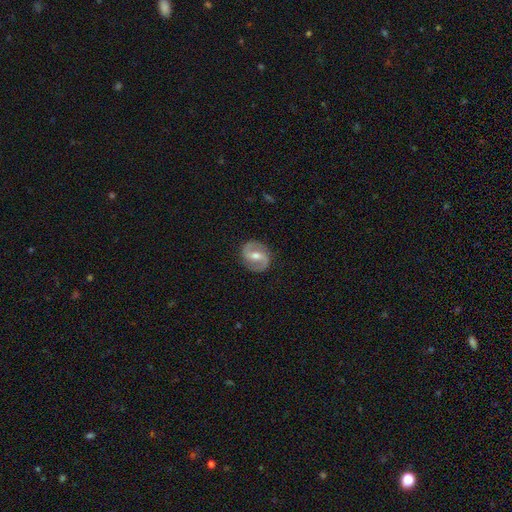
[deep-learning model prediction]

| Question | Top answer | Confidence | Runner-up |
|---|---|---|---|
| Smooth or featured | featured or disk | 82% | smooth (13%) |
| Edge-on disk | no | 98% | yes (2%) |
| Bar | weak | 49% | strong (31%) |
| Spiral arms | yes | 93% | no (7%) |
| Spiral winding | medium | 54% | loose (23%) |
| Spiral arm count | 2 | 93% | can't tell (3%) |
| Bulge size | moderate | 71% | small (20%) |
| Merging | none | 87% | minor disturbance (9%) |